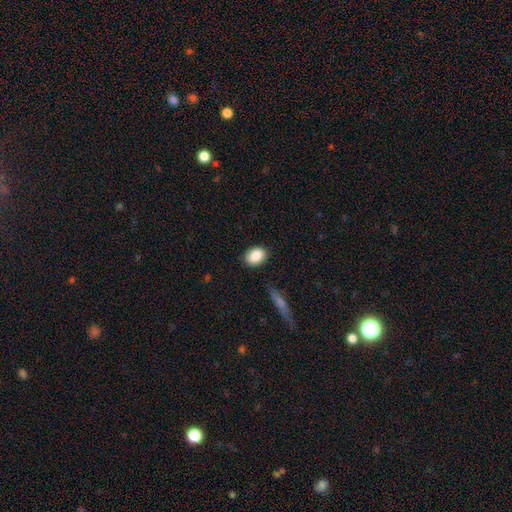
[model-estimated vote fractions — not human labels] Smooth or featured: smooth — 86% (star or artifact — 7%)
How rounded: in between — 72% (round — 27%)
Merging: none — 87% (minor disturbance — 9%)